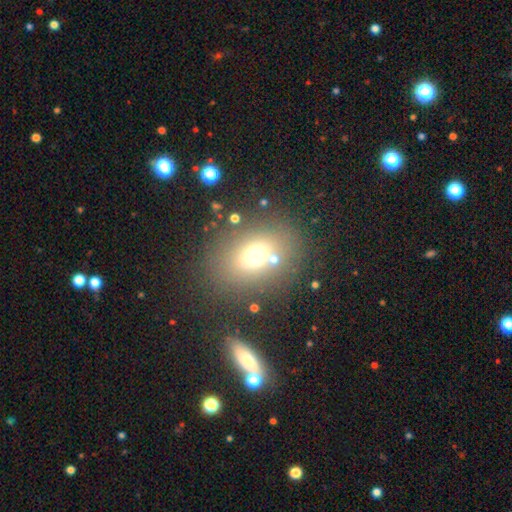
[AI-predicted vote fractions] This appears to be a smooth galaxy with no disk features (67%) that is round (51%). Merging: none (74%).